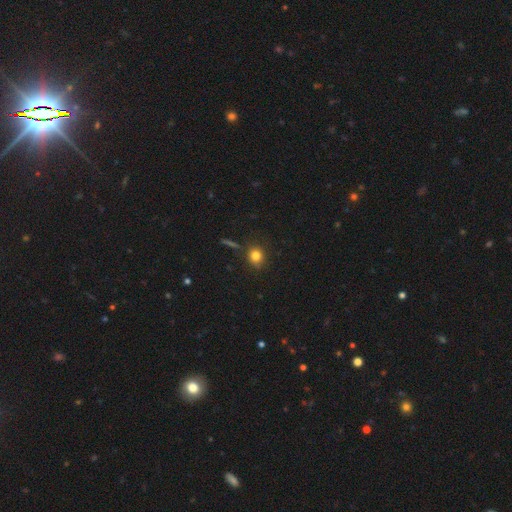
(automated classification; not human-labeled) This appears to be a smooth galaxy with no disk features (80%) that is round (82%). Merging: none (82%).